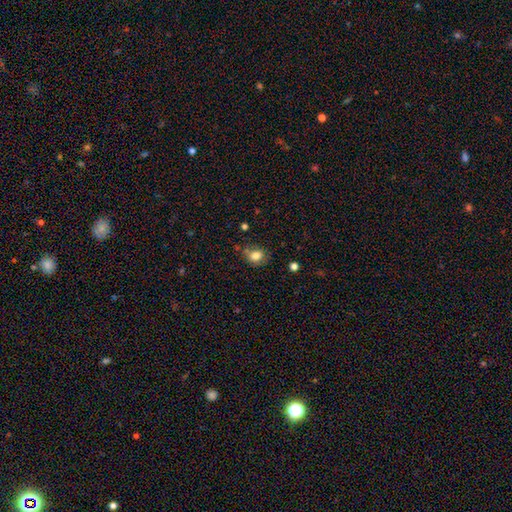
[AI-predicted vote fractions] The model was most divided on "how rounded": round: 57%, in between: 42%, cigar-shaped: 1%. More confident: smooth or featured — smooth (79%); merging — none (67%).